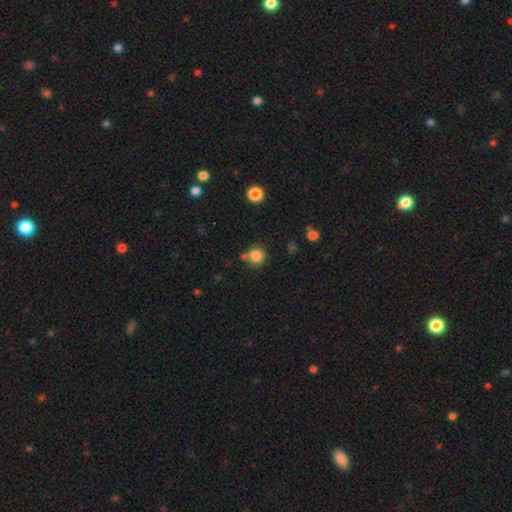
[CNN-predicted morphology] Q: Smooth or featured?
A: smooth (83%); runner-up: star or artifact (12%)
Q: How rounded?
A: round (88%); runner-up: in between (11%)
Q: Merging?
A: none (65%); runner-up: merger (17%)